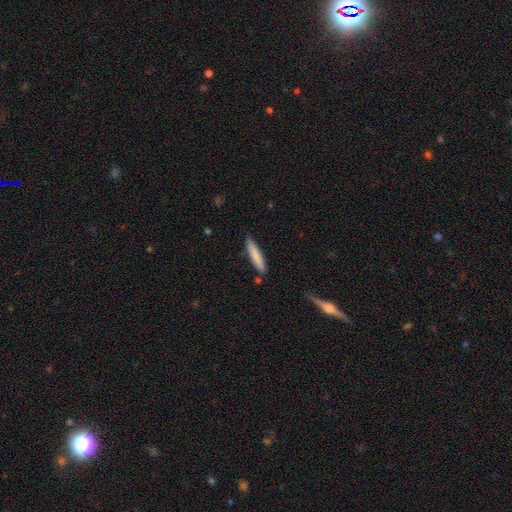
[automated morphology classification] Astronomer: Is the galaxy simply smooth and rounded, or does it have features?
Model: smooth — 82%.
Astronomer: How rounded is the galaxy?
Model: cigar-shaped — 88%.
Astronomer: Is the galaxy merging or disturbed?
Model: none — 83%.